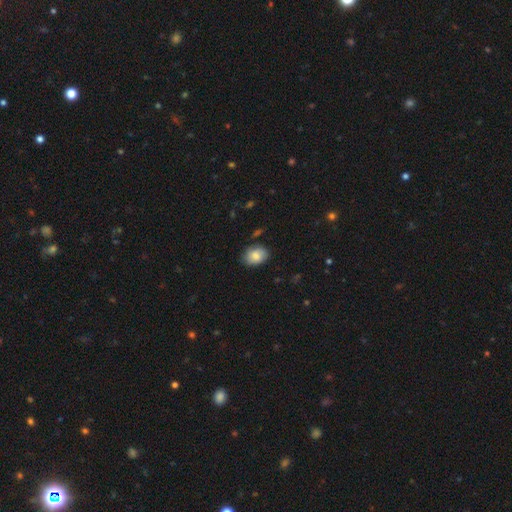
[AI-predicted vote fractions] smooth-or-featured: smooth: 84% | featured or disk: 9% | star or artifact: 7%
  how-rounded: in between: 78% | round: 21% | cigar-shaped: 1%
  merging: none: 82% | minor disturbance: 14% | major disturbance: 3% | merger: 2%